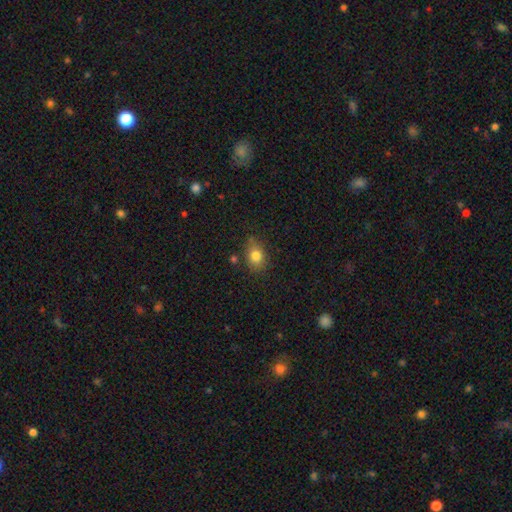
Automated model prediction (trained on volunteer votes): This appears to be a smooth galaxy with no disk features (81%) that is in between round and cigar-shaped (63%). Merging: none (75%).